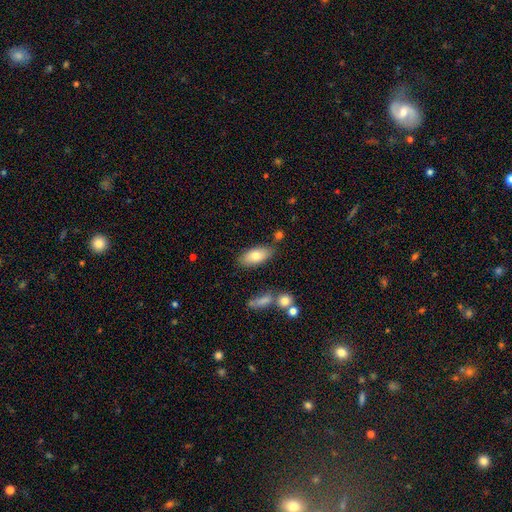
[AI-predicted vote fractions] Smooth or featured? Predicted: smooth (p=0.77). How rounded? Predicted: in between (p=0.88). Merging? Predicted: none (p=0.76).